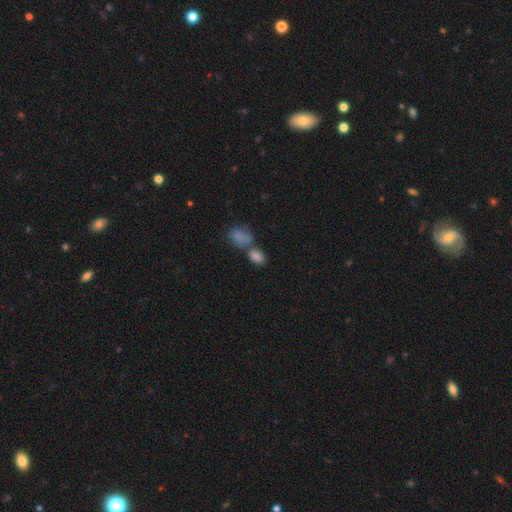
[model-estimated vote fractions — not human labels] Smooth or featured?
  - smooth: 82% *
  - star or artifact: 11%
  - featured or disk: 8%
How rounded?
  - in between: 82% *
  - round: 16%
  - cigar-shaped: 2%
Merging?
  - merger: 52% *
  - none: 35%
  - minor disturbance: 9%
  - major disturbance: 4%